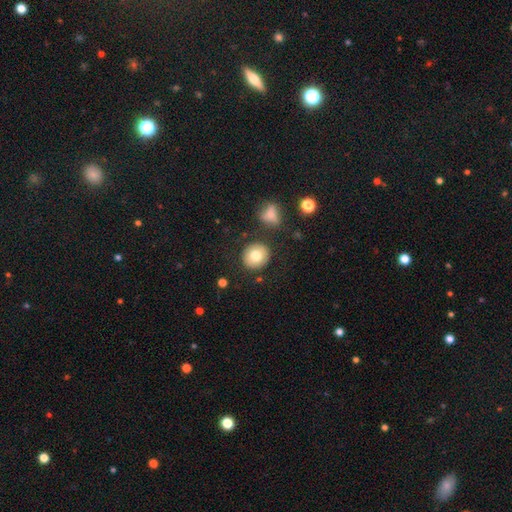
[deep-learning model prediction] Smooth or featured: smooth — 77% (featured or disk — 14%)
How rounded: round — 90% (in between — 9%)
Merging: none — 86% (minor disturbance — 8%)